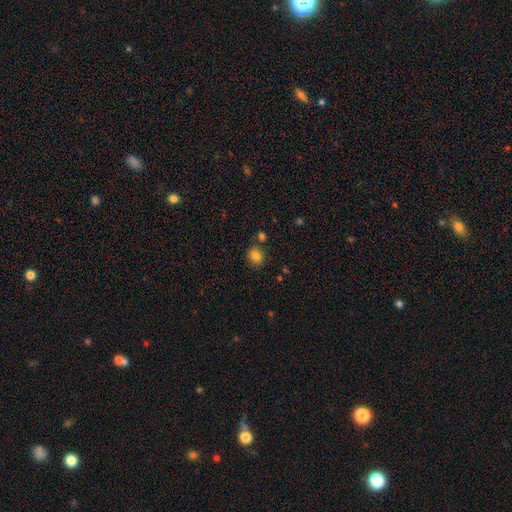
Morphology: type=smooth (87%); roundness=round (64%); merging=none (80%).